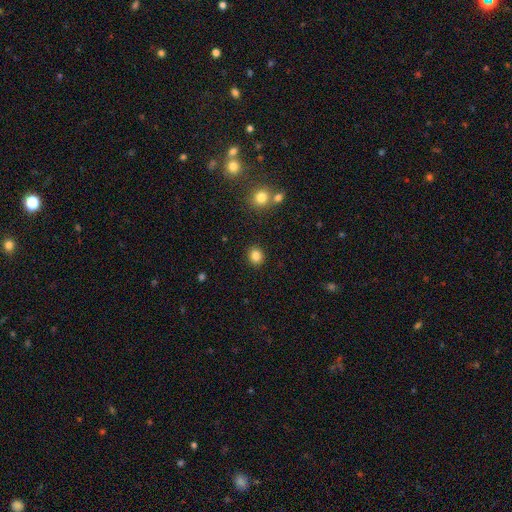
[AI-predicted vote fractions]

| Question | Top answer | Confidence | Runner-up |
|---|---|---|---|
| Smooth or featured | smooth | 84% | star or artifact (11%) |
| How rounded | round | 77% | in between (22%) |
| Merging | none | 90% | minor disturbance (6%) |